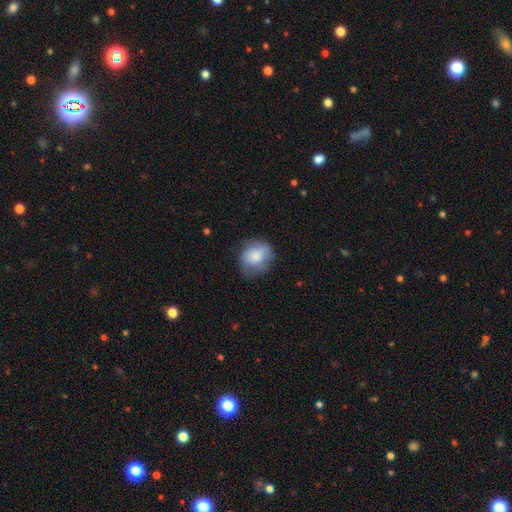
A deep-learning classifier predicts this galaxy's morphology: smooth_or_featured: smooth (p=0.70) [alt: featured or disk p=0.23]
how_rounded: round (p=0.71) [alt: in between p=0.28]
merging: none (p=0.61) [alt: minor disturbance p=0.27]